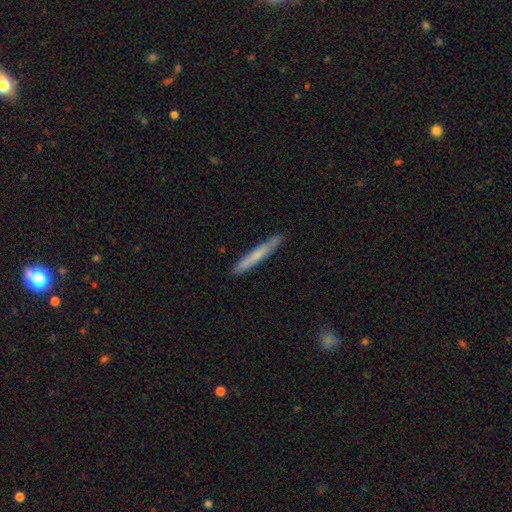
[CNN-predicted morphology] Smooth or featured: smooth — 65% (featured or disk — 29%)
How rounded: cigar-shaped — 96% (in between — 3%)
Merging: none — 90% (minor disturbance — 7%)